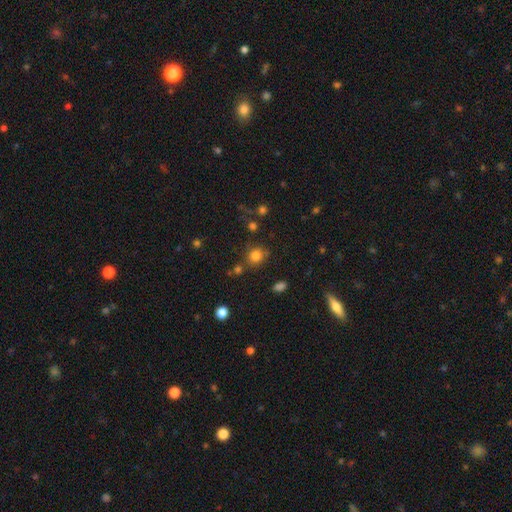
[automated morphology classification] Smooth or featured? smooth (79%)
How rounded? round (79%)
Merging? none (74%)